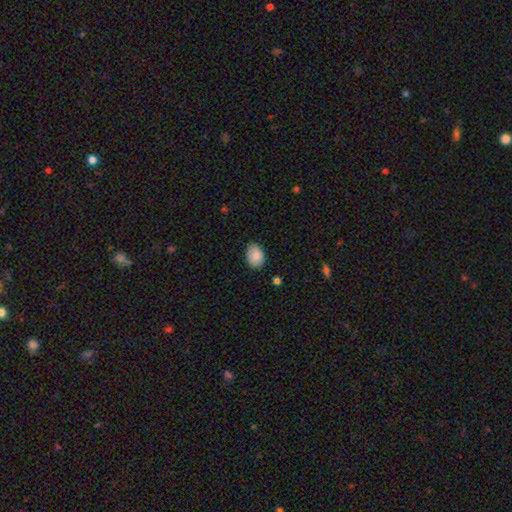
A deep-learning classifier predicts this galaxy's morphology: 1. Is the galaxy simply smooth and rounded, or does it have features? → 88% smooth, 7% star or artifact, 5% featured or disk.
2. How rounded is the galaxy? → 76% in between, 23% round, 1% cigar-shaped.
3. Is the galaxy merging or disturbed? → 83% none, 13% minor disturbance, 2% major disturbance, 1% merger.